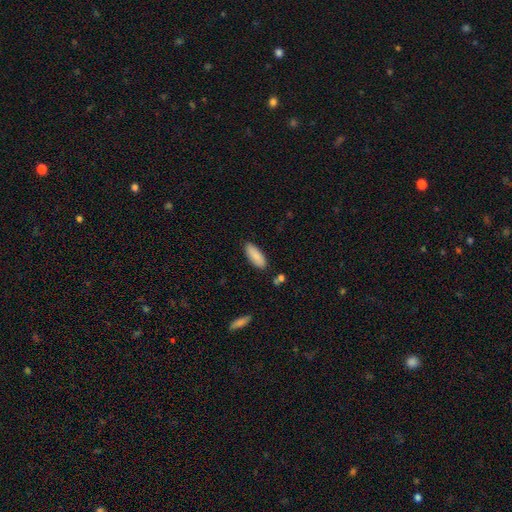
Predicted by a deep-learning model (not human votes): Smooth or featured: smooth — 87% (featured or disk — 6%)
How rounded: in between — 76% (cigar-shaped — 22%)
Merging: none — 87% (minor disturbance — 9%)